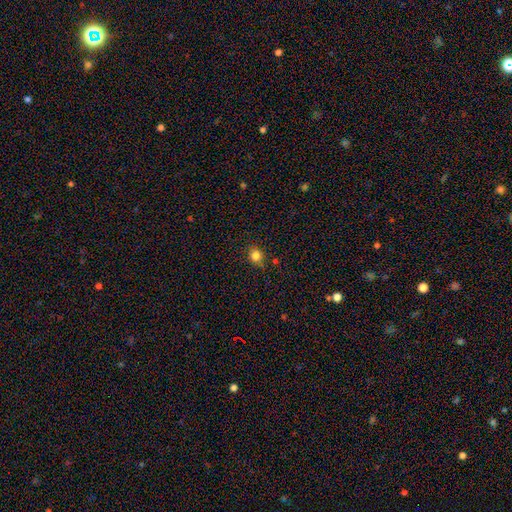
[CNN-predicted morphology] type=smooth (82%); roundness=round (82%); merging=none (81%).